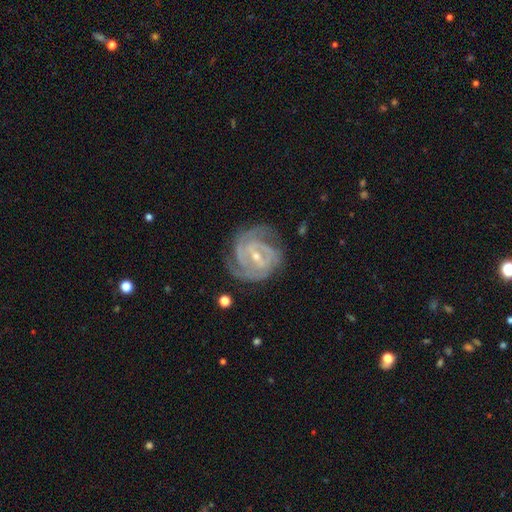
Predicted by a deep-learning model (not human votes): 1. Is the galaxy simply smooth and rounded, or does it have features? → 90% featured or disk, 5% smooth, 5% star or artifact.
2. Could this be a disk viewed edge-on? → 97% no, 3% yes.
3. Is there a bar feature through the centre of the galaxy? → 47% weak, 35% strong, 18% no.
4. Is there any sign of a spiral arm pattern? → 97% yes, 3% no.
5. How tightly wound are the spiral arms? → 66% tight, 30% medium, 5% loose.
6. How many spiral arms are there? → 35% 3, 26% 2, 16% can't tell, 14% 4, 5% 1, 5% more than 4.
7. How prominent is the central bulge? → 62% small, 35% moderate, 1% none, 1% large, 1% dominant.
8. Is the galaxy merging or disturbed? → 71% none, 19% minor disturbance, 9% major disturbance, 2% merger.